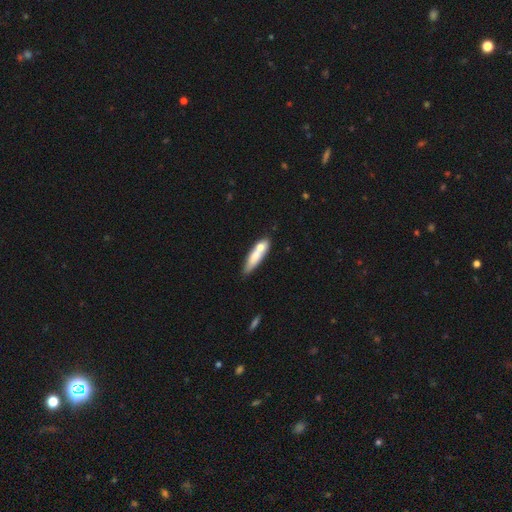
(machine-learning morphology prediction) Smooth or featured? smooth (67%)
How rounded? cigar-shaped (70%)
Merging? none (48%)